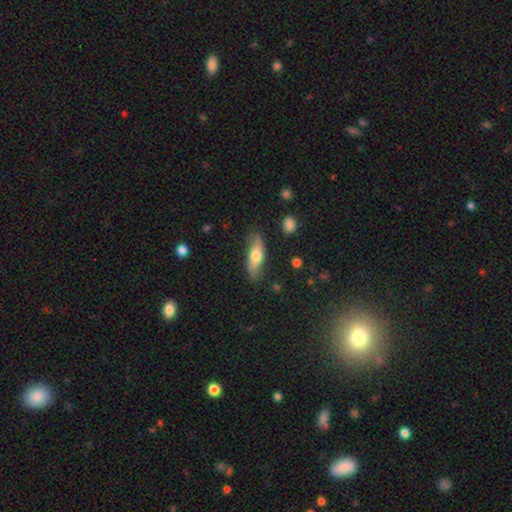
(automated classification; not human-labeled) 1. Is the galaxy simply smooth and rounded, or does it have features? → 62% smooth, 32% featured or disk, 6% star or artifact.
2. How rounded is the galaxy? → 50% cigar-shaped, 48% in between, 3% round.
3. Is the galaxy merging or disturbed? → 82% none, 14% minor disturbance, 3% major disturbance, 2% merger.